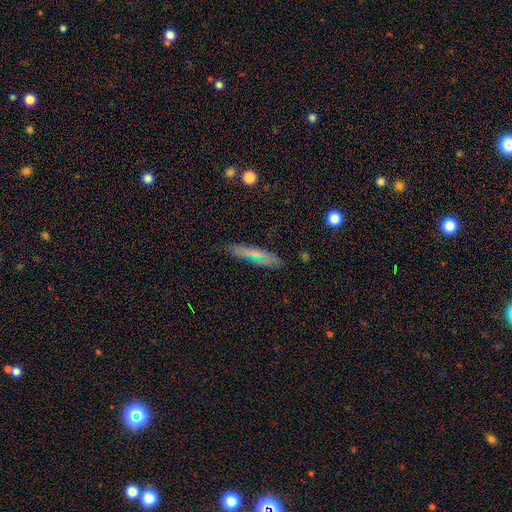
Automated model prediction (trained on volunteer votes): smooth-or-featured: smooth: 57% | featured or disk: 29% | star or artifact: 14%
  how-rounded: cigar-shaped: 69% | in between: 27% | round: 4%
  merging: none: 83% | minor disturbance: 12% | major disturbance: 3% | merger: 2%